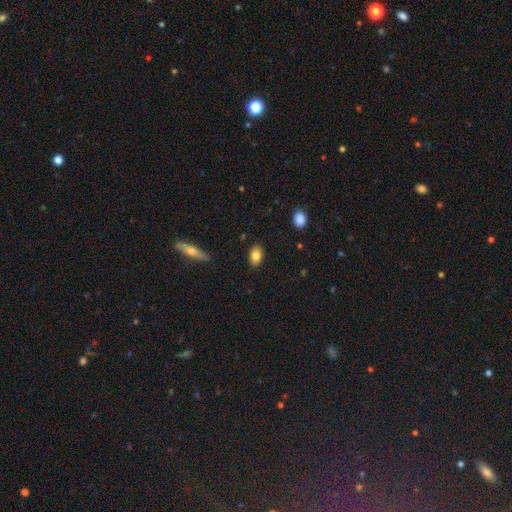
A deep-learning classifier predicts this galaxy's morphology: The model was most divided on "smooth or featured": smooth: 82%, featured or disk: 10%, star or artifact: 8%. More confident: merging — none (87%); how rounded — in between (85%).